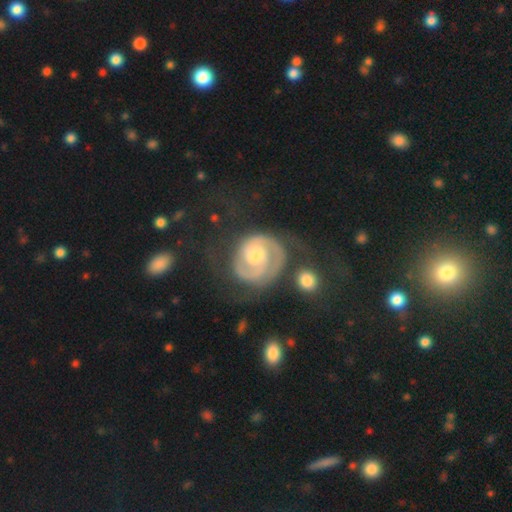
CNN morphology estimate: smooth-or-featured: featured or disk: 89% | smooth: 7% | star or artifact: 4%
  disk-edge-on: no: 98% | yes: 2%
    bar: no: 56% | weak: 36% | strong: 8%
    has-spiral-arms: yes: 97% | no: 3%
      spiral-winding: tight: 65% | medium: 29% | loose: 6%
      spiral-arm-count: 2: 75% | 1: 8% | can't tell: 8% | 3: 5% | 4: 2% | more than 4: 2%
    bulge-size: moderate: 58% | small: 34% | large: 5% | none: 2% | dominant: 1%
  merging: none: 61% | minor disturbance: 19% | major disturbance: 16% | merger: 4%